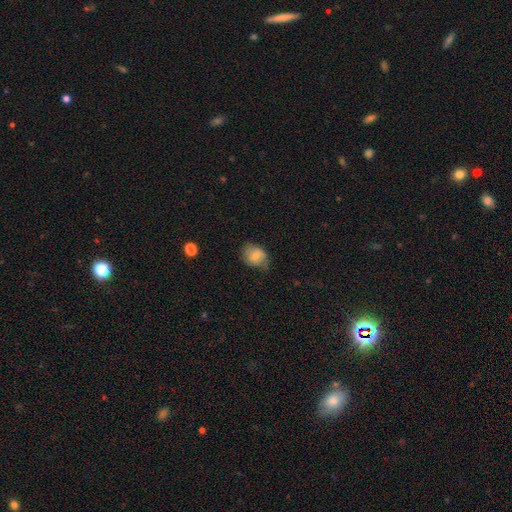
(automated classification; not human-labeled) smooth_or_featured: smooth (p=0.69) [alt: featured or disk p=0.22]
how_rounded: in between (p=0.51) [alt: round p=0.48]
merging: none (p=0.55) [alt: minor disturbance p=0.33]